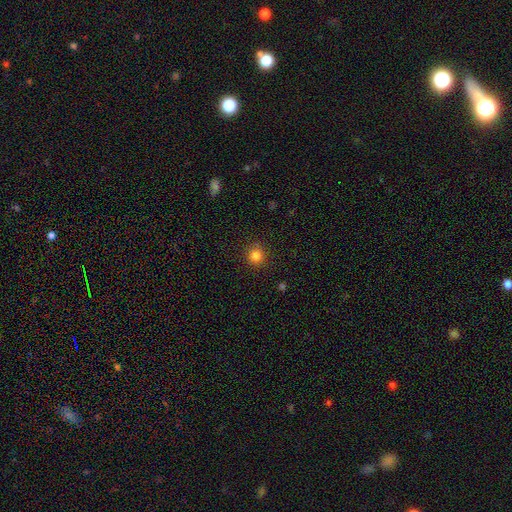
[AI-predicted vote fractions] Overall: smooth (83%). How rounded: round (91%). Merging: none (88%).